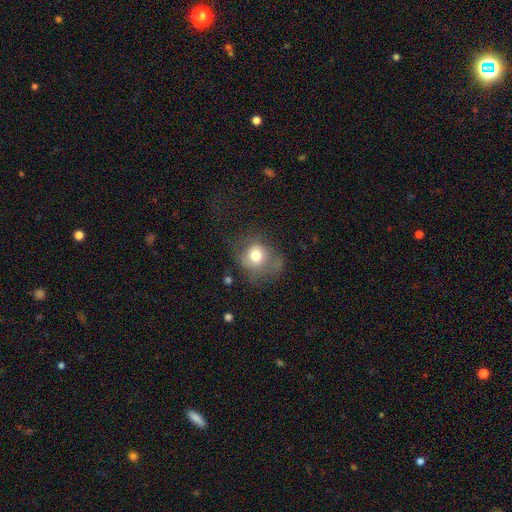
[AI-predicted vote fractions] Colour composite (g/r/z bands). It shows a smooth galaxy with no disk features (72%) that is round (73%). Merging: none (42%).